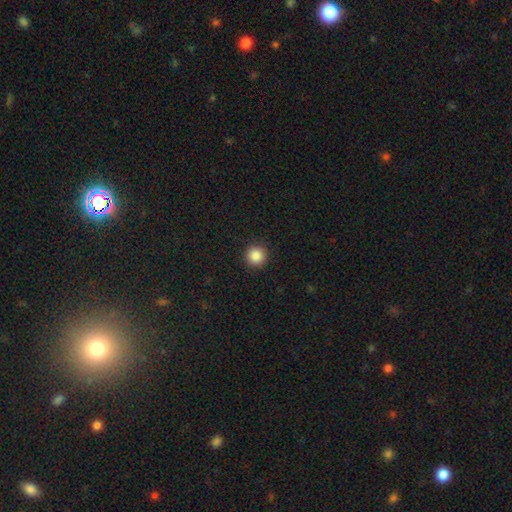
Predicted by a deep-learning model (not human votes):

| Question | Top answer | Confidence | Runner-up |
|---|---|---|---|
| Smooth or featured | smooth | 87% | star or artifact (10%) |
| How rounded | round | 96% | in between (3%) |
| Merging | none | 93% | minor disturbance (5%) |